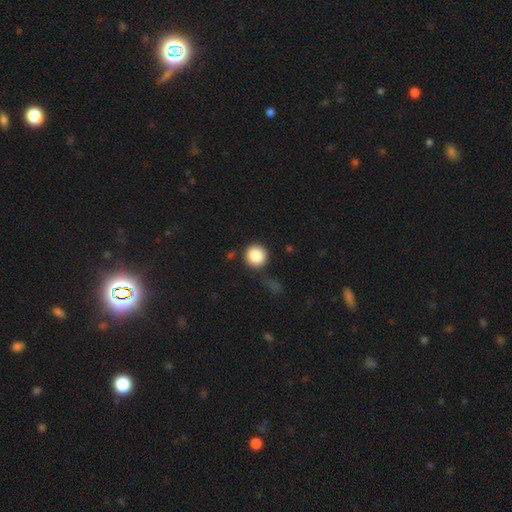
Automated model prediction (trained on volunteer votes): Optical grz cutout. It shows a smooth galaxy with no disk features (87%) that is round (94%). Merging: none (77%).